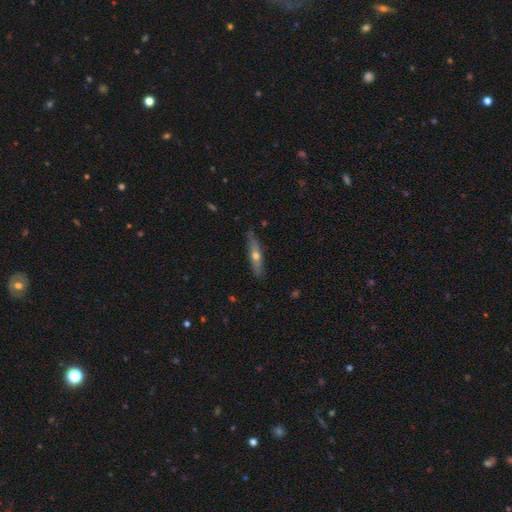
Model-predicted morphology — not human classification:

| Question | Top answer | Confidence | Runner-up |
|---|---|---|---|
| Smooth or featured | featured or disk | 52% | smooth (42%) |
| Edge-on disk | yes | 84% | no (16%) |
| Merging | none | 84% | minor disturbance (12%) |